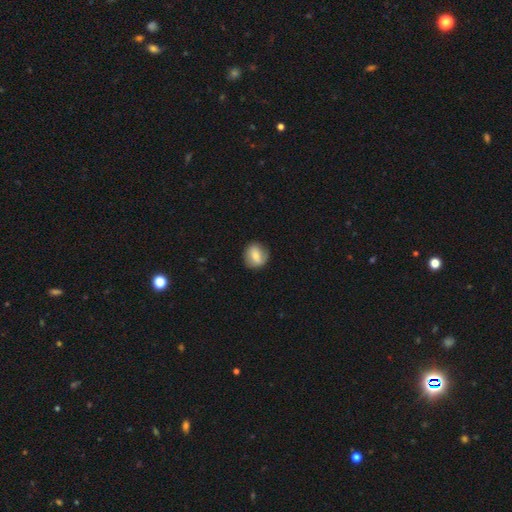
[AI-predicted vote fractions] Smooth or featured: smooth — 67% (featured or disk — 25%)
How rounded: round — 73% (in between — 25%)
Merging: none — 82% (minor disturbance — 13%)